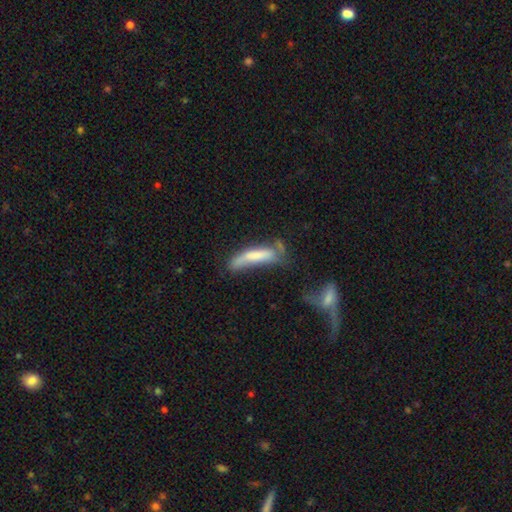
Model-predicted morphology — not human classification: Overall: smooth (63%; featured or disk 29%). How rounded: cigar-shaped (79%). Merging: none (36%; minor disturbance 27%).